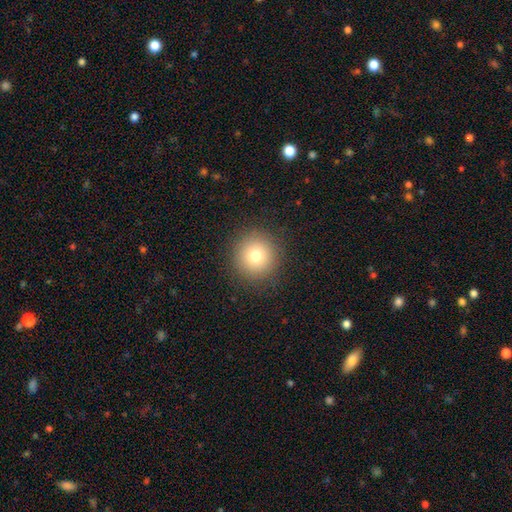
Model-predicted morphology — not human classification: Smooth or featured?
  - smooth: 77% *
  - star or artifact: 12%
  - featured or disk: 10%
How rounded?
  - round: 95% *
  - in between: 4%
  - cigar-shaped: 1%
Merging?
  - none: 90% *
  - minor disturbance: 6%
  - major disturbance: 3%
  - merger: 1%